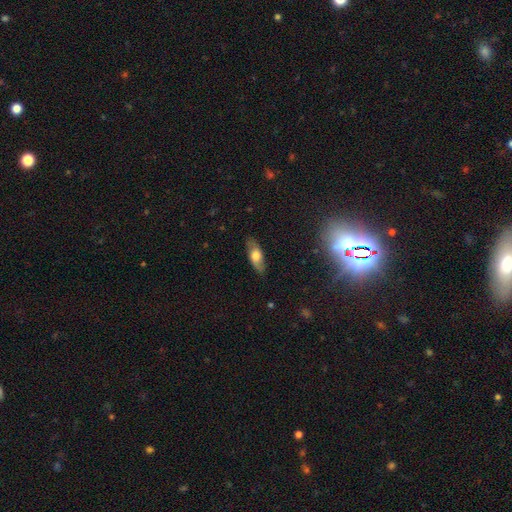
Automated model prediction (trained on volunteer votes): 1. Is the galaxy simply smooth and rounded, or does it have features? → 61% smooth, 31% featured or disk, 7% star or artifact.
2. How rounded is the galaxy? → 71% in between, 25% cigar-shaped, 4% round.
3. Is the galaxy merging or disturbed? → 83% none, 13% minor disturbance, 3% major disturbance, 1% merger.